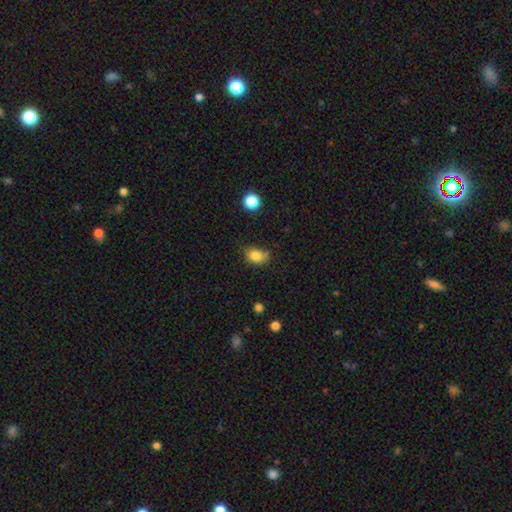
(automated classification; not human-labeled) Smooth or featured? Predicted: smooth (p=0.82). How rounded? Predicted: in between (p=0.65). Merging? Predicted: none (p=0.56).